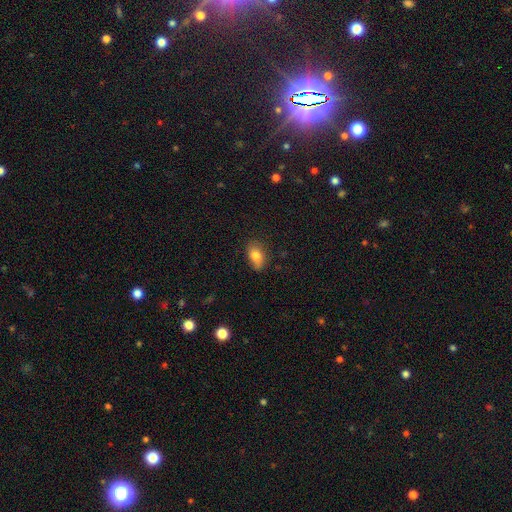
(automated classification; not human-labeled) smooth 80%, featured or disk 12%, star or artifact 8%. Down the decision tree: how rounded — in between (89%); merging — none (74%).